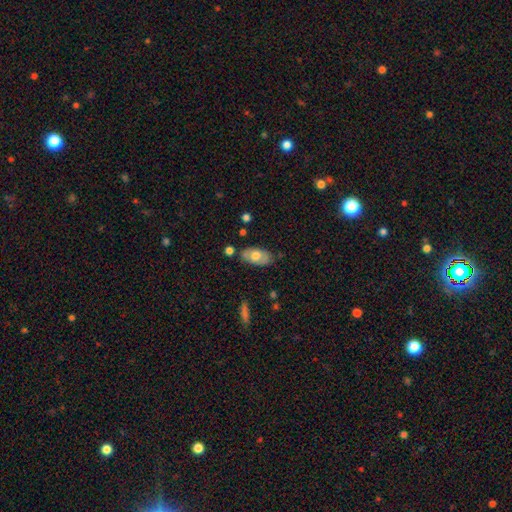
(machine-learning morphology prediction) smooth_or_featured: smooth (p=0.60) [alt: featured or disk p=0.34]
how_rounded: in between (p=0.92) [alt: round p=0.05]
merging: none (p=0.75) [alt: minor disturbance p=0.17]